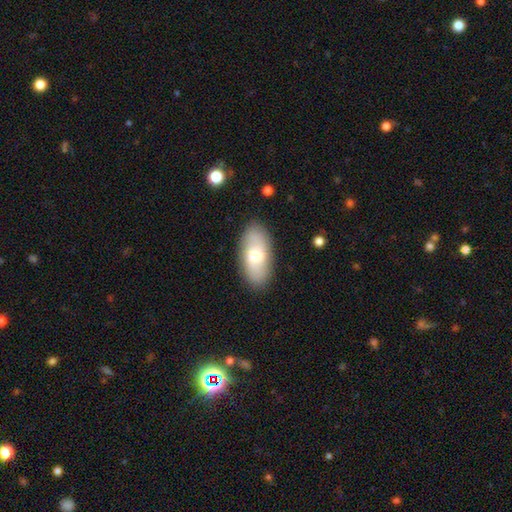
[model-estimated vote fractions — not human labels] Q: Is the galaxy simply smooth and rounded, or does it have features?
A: smooth — 65%.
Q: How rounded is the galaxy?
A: in between — 91%.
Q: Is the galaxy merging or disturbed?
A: none — 87%.